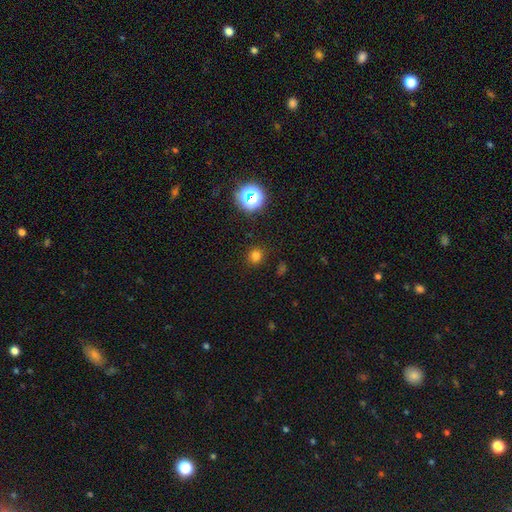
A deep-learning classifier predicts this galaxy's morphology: Overall: smooth (75%). How rounded: round (87%). Merging: none (88%).